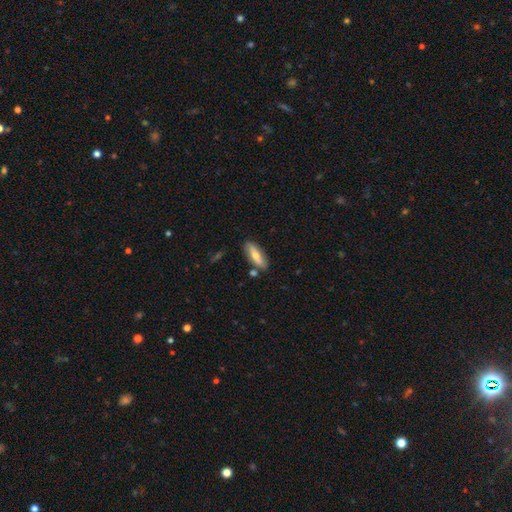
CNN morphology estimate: smooth_or_featured: smooth (p=0.65) [alt: featured or disk p=0.29]
how_rounded: in between (p=0.62) [alt: cigar-shaped p=0.36]
merging: none (p=0.79) [alt: minor disturbance p=0.13]